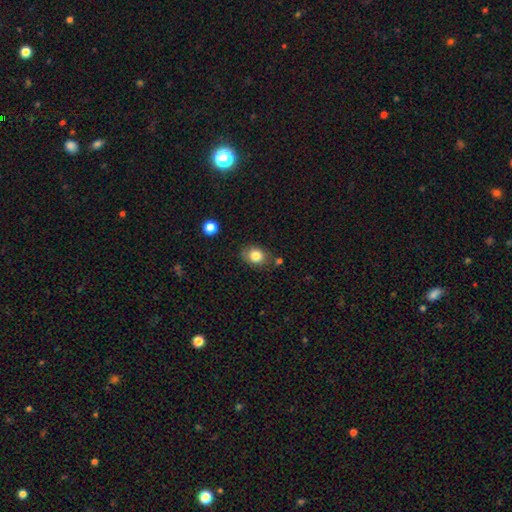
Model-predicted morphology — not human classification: smooth_or_featured: smooth (p=0.82) [alt: star or artifact p=0.09]
how_rounded: in between (p=0.51) [alt: round p=0.48]
merging: none (p=0.71) [alt: minor disturbance p=0.19]